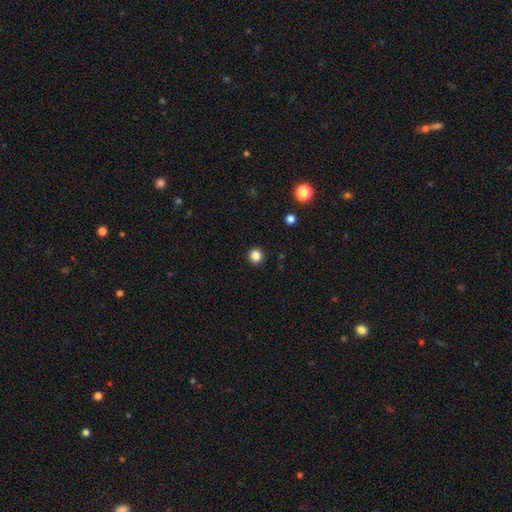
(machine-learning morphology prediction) This is clearly a smooth galaxy (85%). How rounded: clearly round (95%). Merging: clearly none (93%).